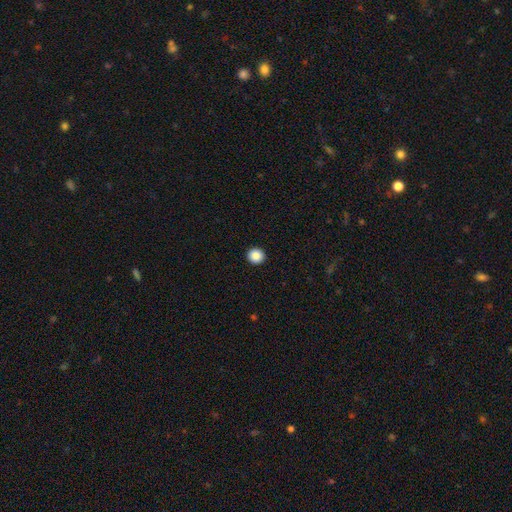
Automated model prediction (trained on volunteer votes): A smooth galaxy with no disk features (88%) that is round (94%). Merging: none (94%).